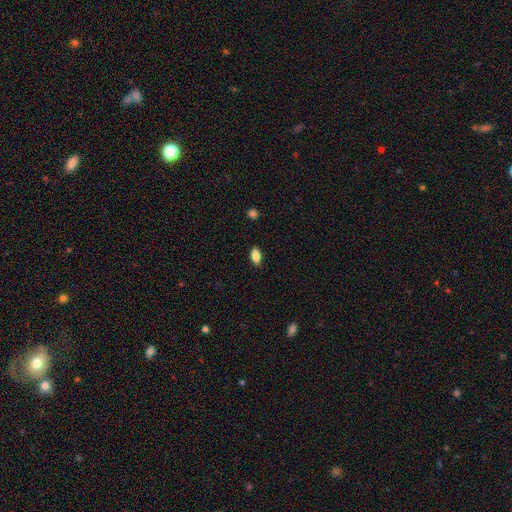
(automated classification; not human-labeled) smooth-or-featured: smooth: 84% | featured or disk: 8% | star or artifact: 8%
  how-rounded: in between: 90% | cigar-shaped: 5% | round: 5%
  merging: none: 87% | minor disturbance: 10% | major disturbance: 2% | merger: 1%